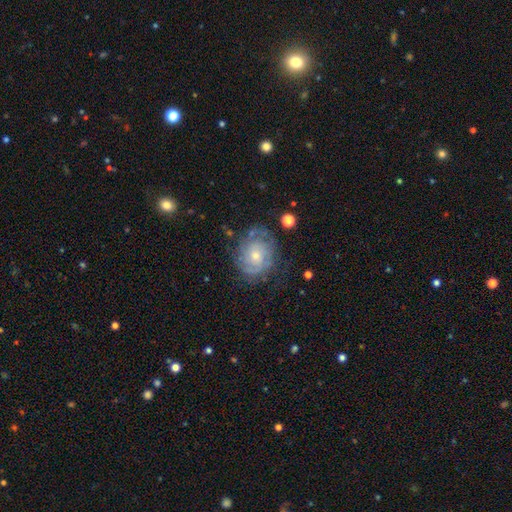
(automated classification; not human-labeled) A featured or disk galaxy (69%) with no bar (79%), tight (64%) spiral arms (83%) and a small central bulge (54%).

Vote fractions:
- Smooth or featured? featured or disk: 69% / smooth: 23% / star or artifact: 8%
- Edge-on disk? no: 97% / yes: 3%
- Bar? no: 79% / weak: 19% / strong: 3%
- Spiral arms? yes: 83% / no: 17%
- Spiral winding? tight: 64% / medium: 27% / loose: 9%
- Spiral arm count? can't tell: 49% / 2: 25% / 3: 12% / 4: 5% / 1: 5% / more than 4: 4%
- Bulge size? small: 54% / moderate: 41% / large: 2% / none: 2% / dominant: 1%
- Merging? none: 65% / minor disturbance: 22% / major disturbance: 11% / merger: 3%